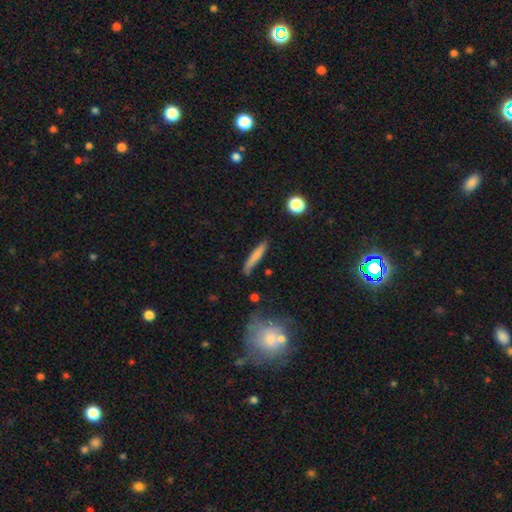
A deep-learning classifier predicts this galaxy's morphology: Smooth or featured? Predicted: smooth (p=0.73). How rounded? Predicted: cigar-shaped (p=0.92). Merging? Predicted: none (p=0.79).